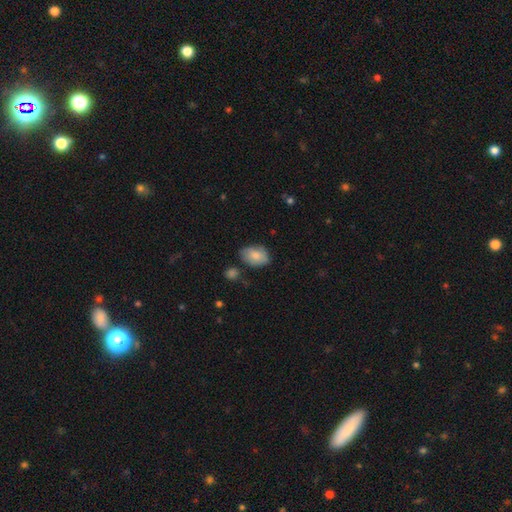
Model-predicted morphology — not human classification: type=smooth (78%); roundness=in between (85%); merging=none (64%).